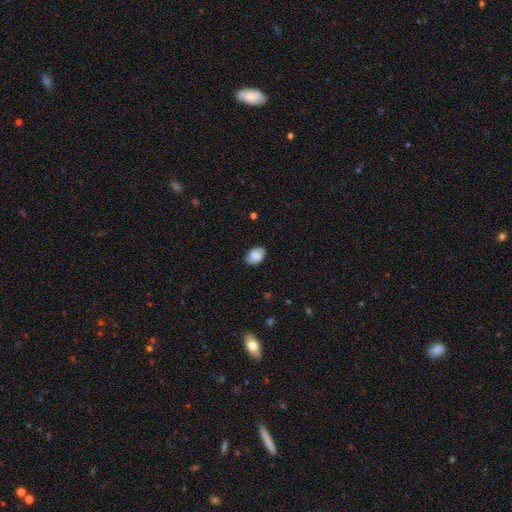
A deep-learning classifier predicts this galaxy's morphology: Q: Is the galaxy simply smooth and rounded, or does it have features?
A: smooth — 77%.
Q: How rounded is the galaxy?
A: in between — 85%.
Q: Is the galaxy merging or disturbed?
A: none — 81%.